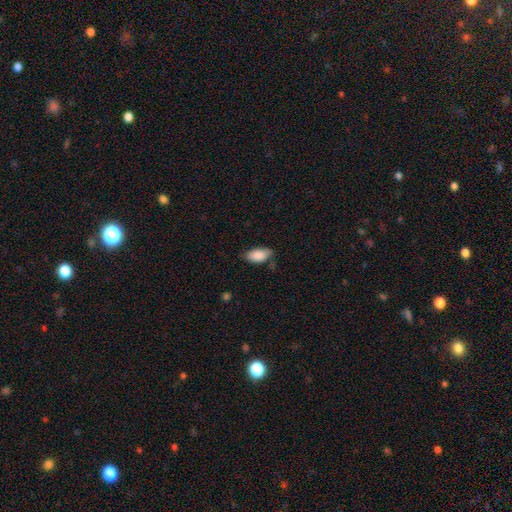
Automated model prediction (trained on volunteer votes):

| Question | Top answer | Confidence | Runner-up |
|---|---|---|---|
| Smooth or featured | smooth | 87% | featured or disk (7%) |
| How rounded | in between | 93% | cigar-shaped (4%) |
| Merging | none | 67% | minor disturbance (26%) |